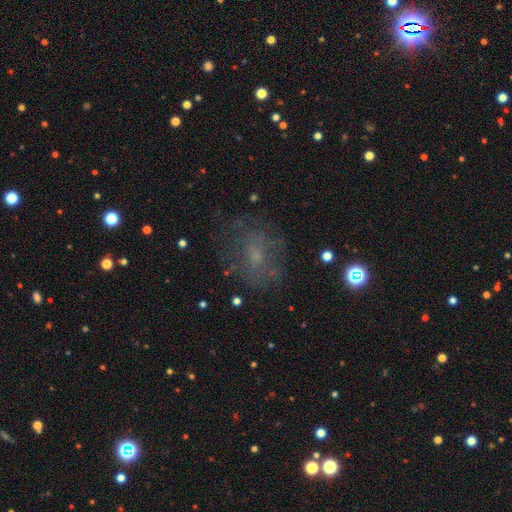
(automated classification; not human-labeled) The model was most divided on "smooth or featured": smooth: 40%, featured or disk: 39%, star or artifact: 21%. More confident: merging — none (64%).